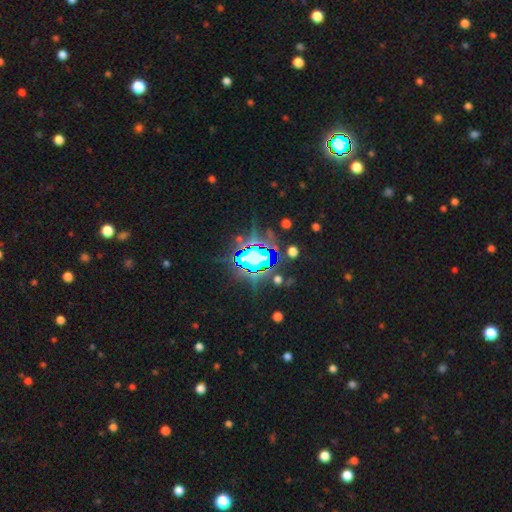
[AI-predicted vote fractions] A star or artifact, not a galaxy (68%).

Vote fractions:
- Smooth or featured? star or artifact: 68% / smooth: 16% / featured or disk: 16%